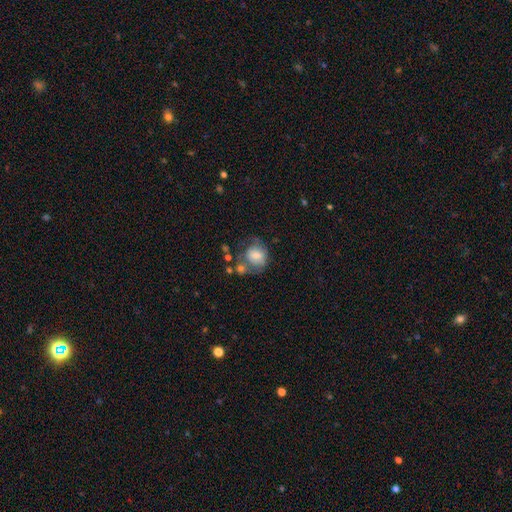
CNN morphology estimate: A smooth galaxy with no disk features (61%) that is round (62%). Merging: none (37%).